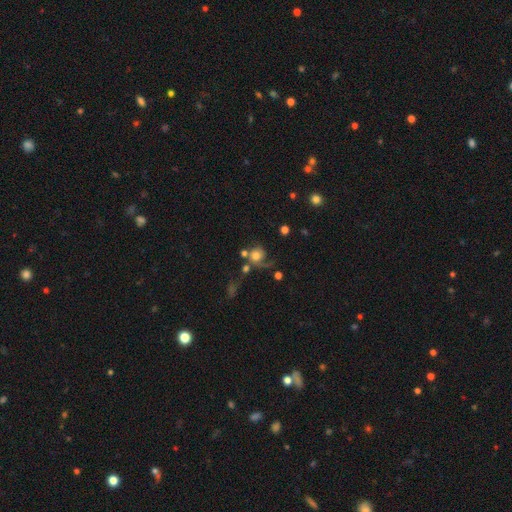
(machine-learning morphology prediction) Smooth or featured?
  - smooth: 50% *
  - featured or disk: 38%
  - star or artifact: 11%
How rounded?
  - round: 83% *
  - in between: 16%
  - cigar-shaped: 1%
Merging?
  - none: 36% *
  - major disturbance: 31%
  - merger: 19%
  - minor disturbance: 14%